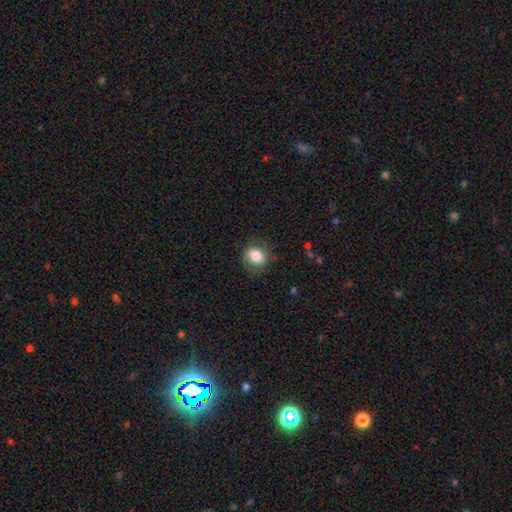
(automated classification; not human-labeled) The model was most divided on "how rounded": round: 54%, in between: 45%, cigar-shaped: 1%. More confident: smooth or featured — smooth (78%); merging — none (75%).